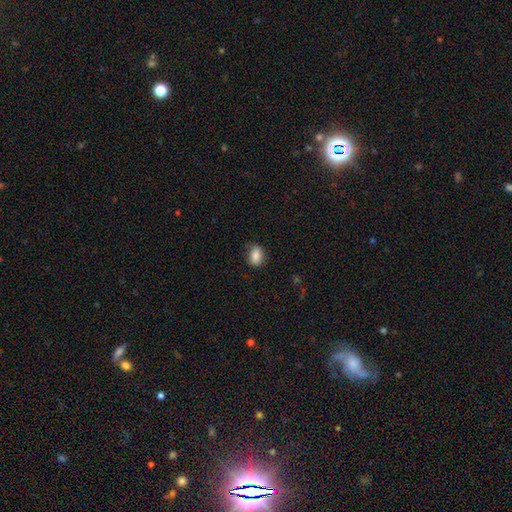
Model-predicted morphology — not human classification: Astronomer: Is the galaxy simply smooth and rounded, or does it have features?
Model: smooth — 85%.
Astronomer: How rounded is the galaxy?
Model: in between — 74%.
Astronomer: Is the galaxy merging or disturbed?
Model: none — 80%.